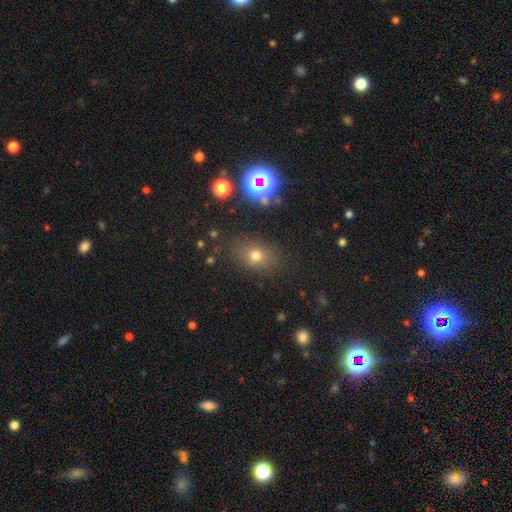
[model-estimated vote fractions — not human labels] Smooth or featured? Predicted: smooth (p=0.67). How rounded? Predicted: in between (p=0.57). Merging? Predicted: none (p=0.80).